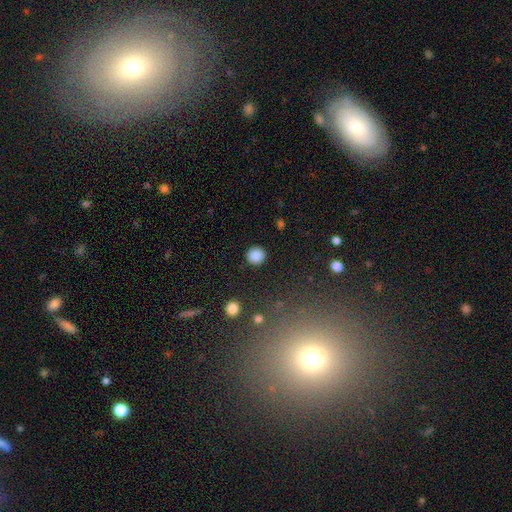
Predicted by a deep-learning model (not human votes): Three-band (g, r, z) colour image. It shows a smooth galaxy with no disk features (87%) that is round (93%). Merging: none (91%).